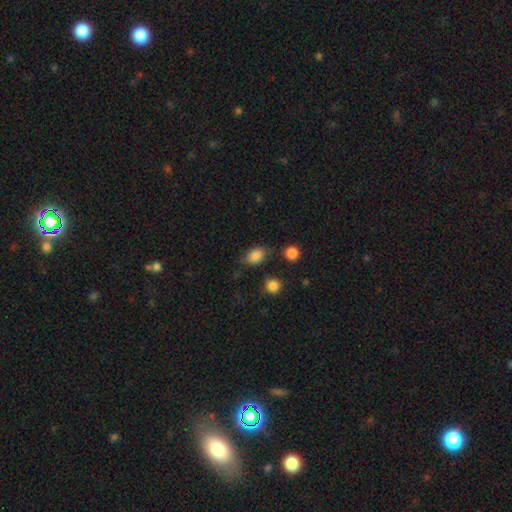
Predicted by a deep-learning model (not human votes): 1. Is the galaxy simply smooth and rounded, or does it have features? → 84% smooth, 9% star or artifact, 6% featured or disk.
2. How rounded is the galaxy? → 73% in between, 25% round, 2% cigar-shaped.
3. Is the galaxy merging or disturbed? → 68% none, 20% minor disturbance, 6% major disturbance, 5% merger.